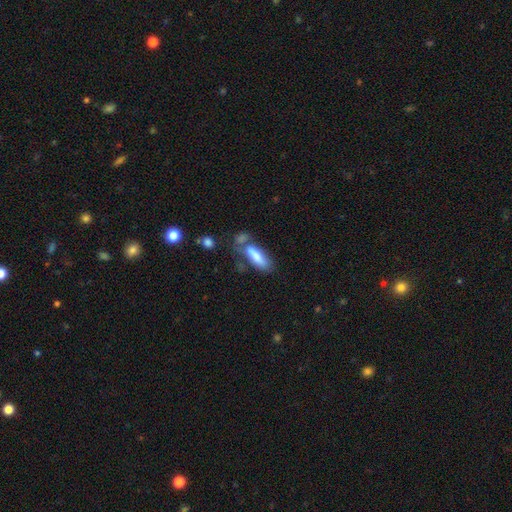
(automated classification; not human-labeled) Morphology: type=smooth (76%); roundness=in between (57%); merging=none (40%).